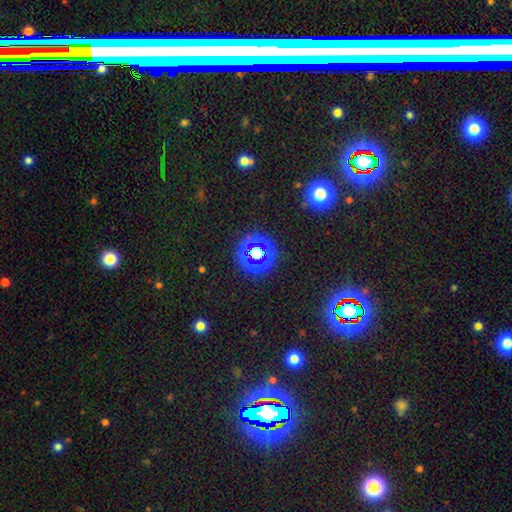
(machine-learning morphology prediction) The model was most divided on "smooth or featured": star or artifact: 66%, smooth: 23%, featured or disk: 11%.